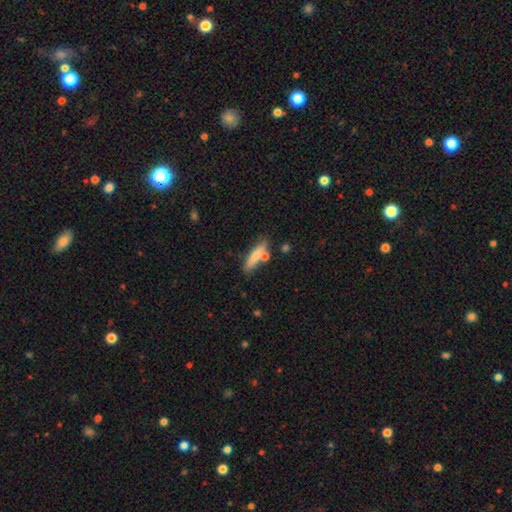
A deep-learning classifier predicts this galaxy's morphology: smooth 71%, featured or disk 22%, star or artifact 7%. Down the decision tree: how rounded — cigar-shaped (71%); merging — none (69%).